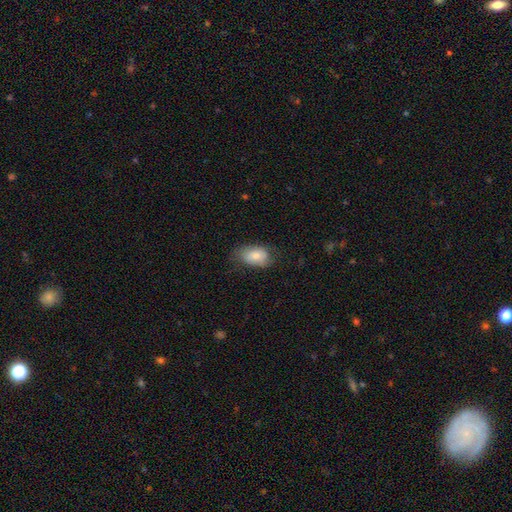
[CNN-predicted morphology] Smooth or featured?
  - smooth: 75% *
  - featured or disk: 18%
  - star or artifact: 7%
How rounded?
  - in between: 90% *
  - round: 9%
  - cigar-shaped: 2%
Merging?
  - none: 64% *
  - minor disturbance: 26%
  - major disturbance: 8%
  - merger: 1%